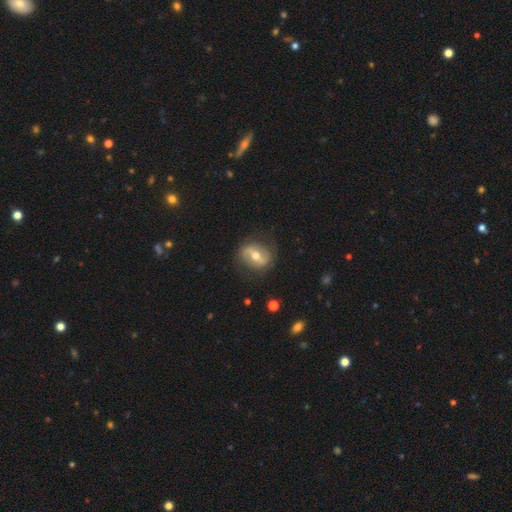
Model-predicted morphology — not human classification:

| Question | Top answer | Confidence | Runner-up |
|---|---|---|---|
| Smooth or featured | featured or disk | 67% | smooth (26%) |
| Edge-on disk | no | 95% | yes (5%) |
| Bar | strong | 42% | weak (37%) |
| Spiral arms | yes | 74% | no (26%) |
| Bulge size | moderate | 72% | small (21%) |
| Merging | none | 79% | minor disturbance (14%) |